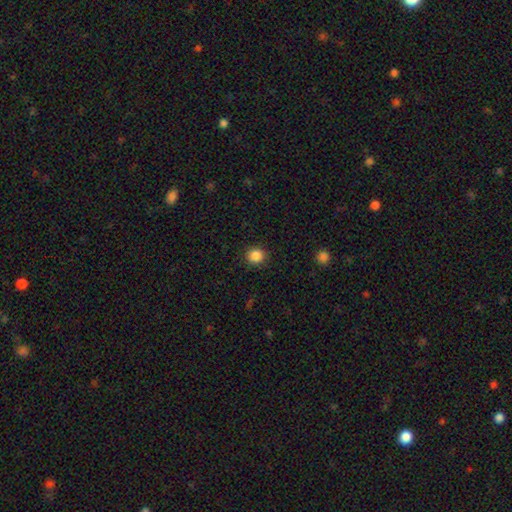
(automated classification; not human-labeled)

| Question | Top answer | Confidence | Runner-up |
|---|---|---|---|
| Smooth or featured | smooth | 86% | star or artifact (10%) |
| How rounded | round | 90% | in between (9%) |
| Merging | none | 91% | minor disturbance (6%) |